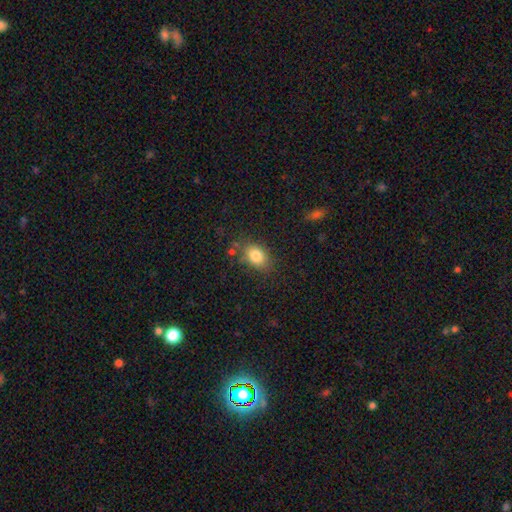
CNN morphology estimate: Smooth or featured: smooth — 83% (star or artifact — 9%)
How rounded: in between — 73% (round — 26%)
Merging: none — 74% (minor disturbance — 17%)